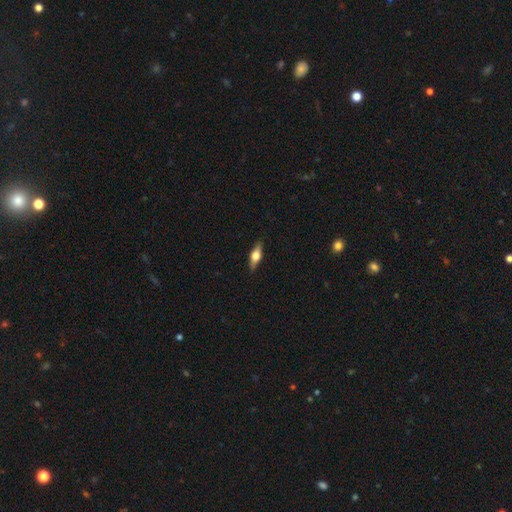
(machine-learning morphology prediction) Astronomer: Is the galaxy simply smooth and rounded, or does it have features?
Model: featured or disk — 59% (runner-up: smooth, 34%).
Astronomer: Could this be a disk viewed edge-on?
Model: yes — 95%.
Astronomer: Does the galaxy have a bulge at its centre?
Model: rounded — 93%.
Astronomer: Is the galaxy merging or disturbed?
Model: none — 88%.